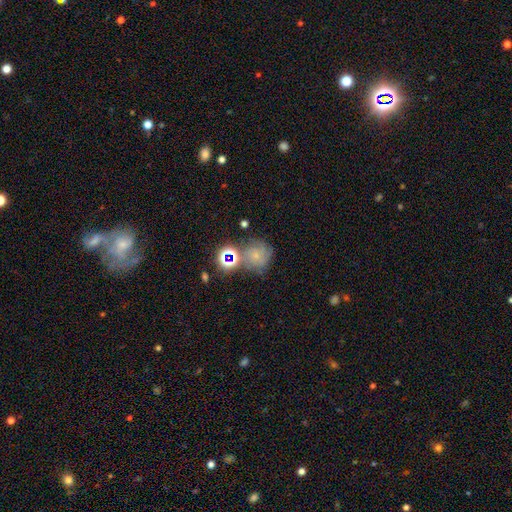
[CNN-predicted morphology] Smooth or featured? smooth (48%)
Merging? none (54%)